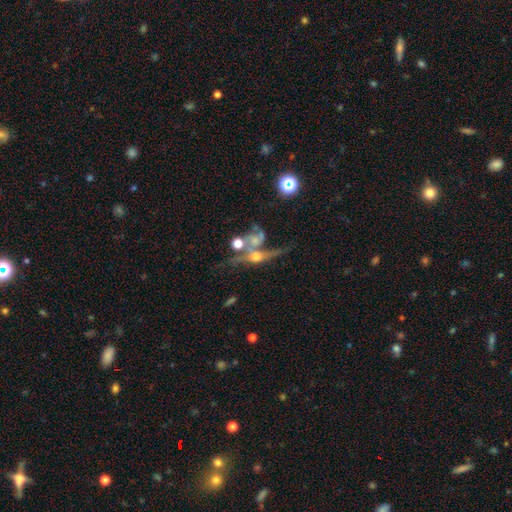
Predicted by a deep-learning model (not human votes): Q: Smooth or featured?
A: featured or disk (63%); runner-up: star or artifact (19%)
Q: Edge-on disk?
A: yes (57%); runner-up: no (43%)
Q: Merging?
A: none (38%); runner-up: merger (35%)